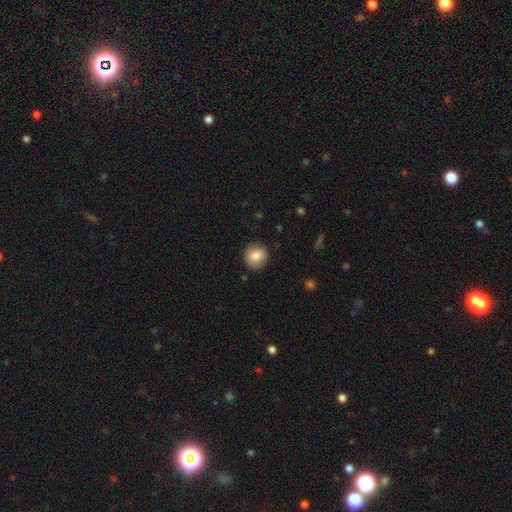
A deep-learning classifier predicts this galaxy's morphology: The model was most divided on "smooth or featured": smooth: 82%, featured or disk: 10%, star or artifact: 8%. More confident: how rounded — round (90%); merging — none (86%).